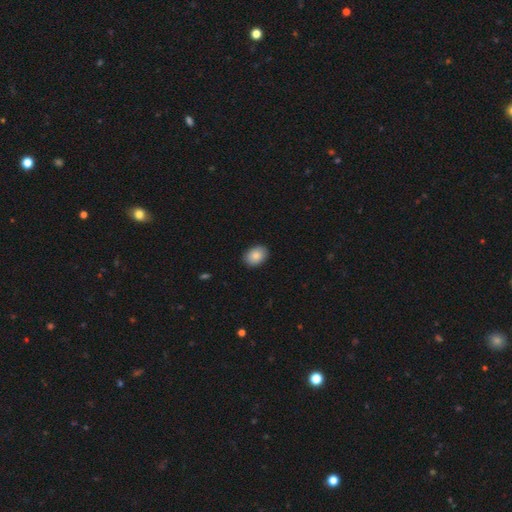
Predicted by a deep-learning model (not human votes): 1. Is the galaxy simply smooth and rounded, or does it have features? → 87% smooth, 7% star or artifact, 6% featured or disk.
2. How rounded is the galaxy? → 77% in between, 22% round, 1% cigar-shaped.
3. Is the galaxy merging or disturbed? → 90% none, 8% minor disturbance, 2% major disturbance, 1% merger.